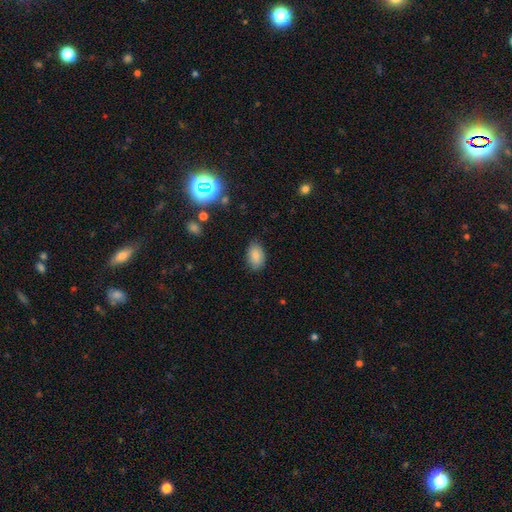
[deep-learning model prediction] This is clearly a smooth galaxy (82%). How rounded: clearly in between (89%). Merging: clearly none (81%).